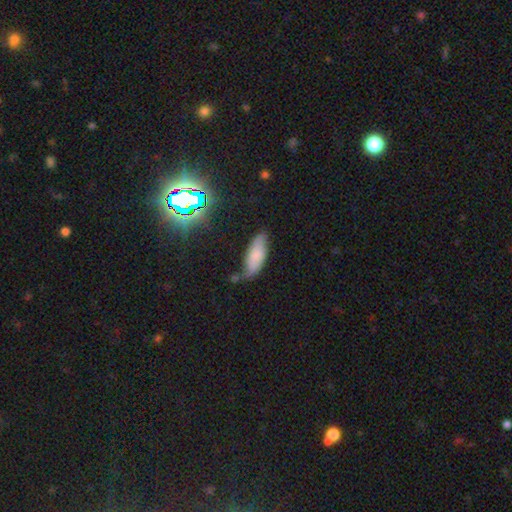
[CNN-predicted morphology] A smooth galaxy with no disk features (71%) that is in between round and cigar-shaped (74%).

Vote fractions:
- Smooth or featured? smooth: 71% / featured or disk: 19% / star or artifact: 10%
- How rounded? in between: 74% / cigar-shaped: 23% / round: 2%
- Merging? none: 59% / minor disturbance: 28% / major disturbance: 7% / merger: 6%